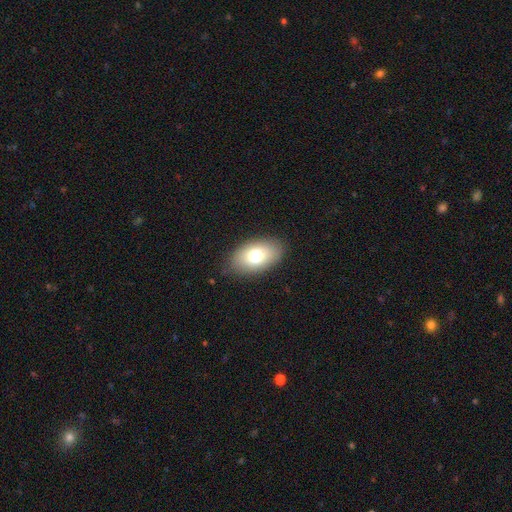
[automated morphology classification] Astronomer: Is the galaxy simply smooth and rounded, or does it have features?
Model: smooth — 74%.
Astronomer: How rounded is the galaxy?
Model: in between — 91%.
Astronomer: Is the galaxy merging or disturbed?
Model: none — 85%.